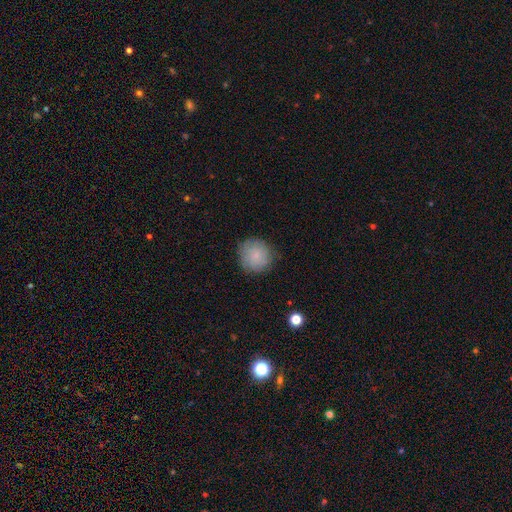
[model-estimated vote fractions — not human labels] This appears to be a smooth galaxy with no disk features (71%) that is round (91%). Merging: none (82%).